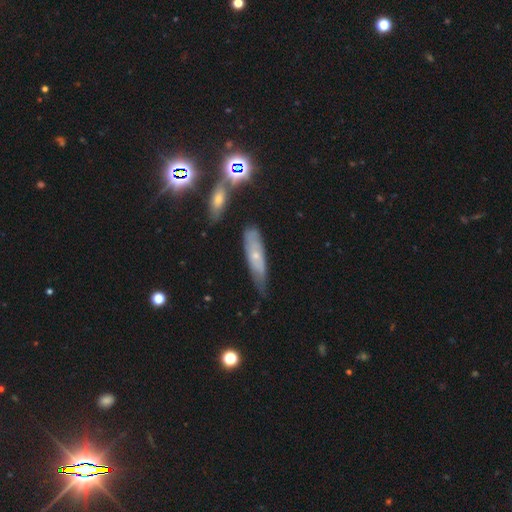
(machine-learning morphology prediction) Smooth or featured?
  - featured or disk: 47% *
  - smooth: 43%
  - star or artifact: 10%
Merging?
  - none: 56% *
  - minor disturbance: 32%
  - major disturbance: 8%
  - merger: 3%